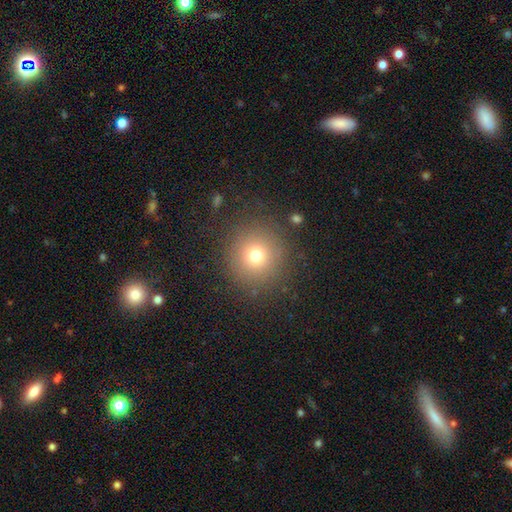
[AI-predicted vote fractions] A smooth galaxy with no disk features (72%) that is round (94%). Merging: none (86%).